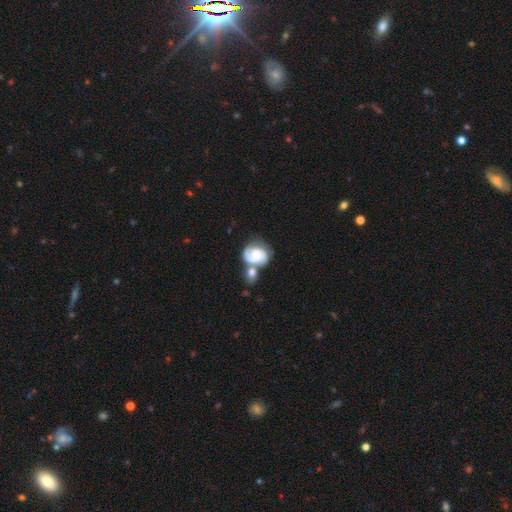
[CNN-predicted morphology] The model was most divided on "smooth or featured": featured or disk: 49%, smooth: 44%, star or artifact: 7%. More confident: merging — merger (51%).